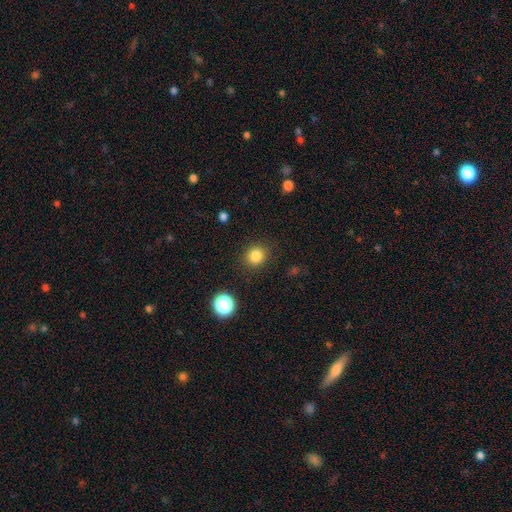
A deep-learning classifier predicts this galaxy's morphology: A smooth galaxy with no disk features (83%) that is round (87%).

Vote fractions:
- Smooth or featured? smooth: 83% / star or artifact: 12% / featured or disk: 4%
- How rounded? round: 87% / in between: 12% / cigar-shaped: 1%
- Merging? none: 87% / minor disturbance: 8% / major disturbance: 3% / merger: 1%